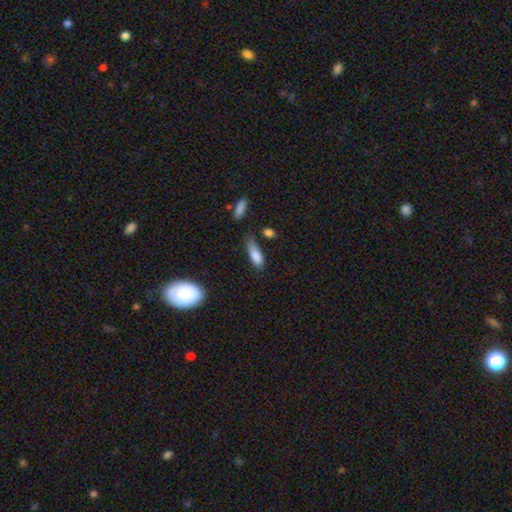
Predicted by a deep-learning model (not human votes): A smooth galaxy with no disk features (83%) that is in between round and cigar-shaped (64%).

Vote fractions:
- Smooth or featured? smooth: 83% / featured or disk: 9% / star or artifact: 8%
- How rounded? in between: 64% / cigar-shaped: 34% / round: 2%
- Merging? none: 47% / minor disturbance: 36% / major disturbance: 11% / merger: 5%